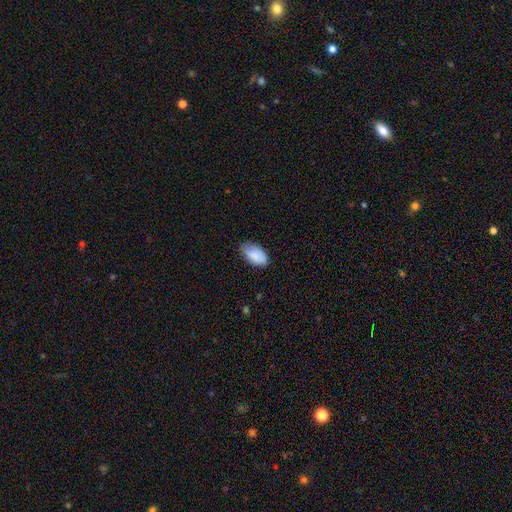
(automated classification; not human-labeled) smooth 85%, featured or disk 8%, star or artifact 7%. Down the decision tree: how rounded — in between (94%); merging — none (70%).